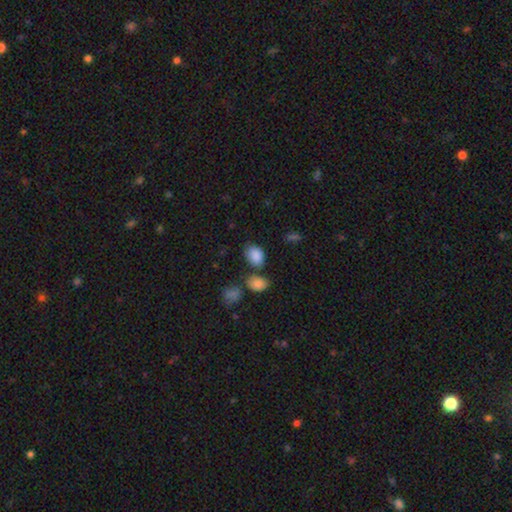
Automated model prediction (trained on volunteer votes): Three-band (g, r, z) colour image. It shows a smooth galaxy with no disk features (86%) that is in between round and cigar-shaped (78%). Merging: none (62%).